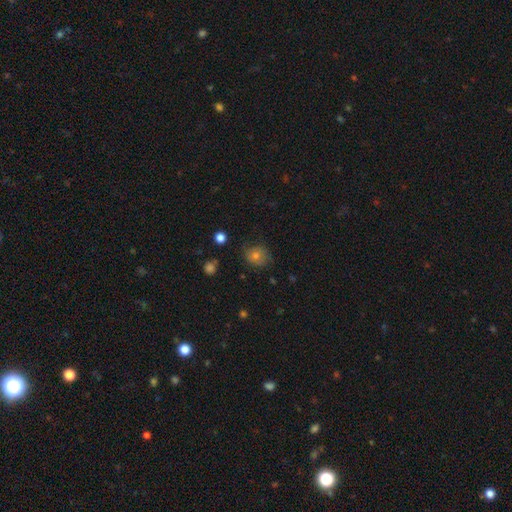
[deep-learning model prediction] Morphology: type=smooth (67%); roundness=round (82%); merging=none (76%).